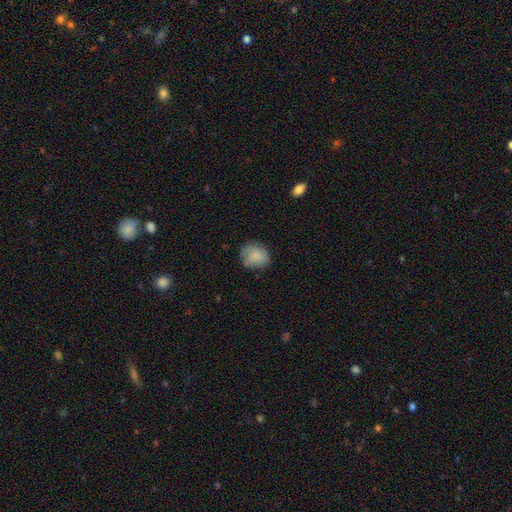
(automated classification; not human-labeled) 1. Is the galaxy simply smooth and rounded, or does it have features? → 78% smooth, 14% featured or disk, 8% star or artifact.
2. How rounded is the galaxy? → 71% round, 28% in between, 1% cigar-shaped.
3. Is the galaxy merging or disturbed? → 72% none, 20% minor disturbance, 6% major disturbance, 1% merger.